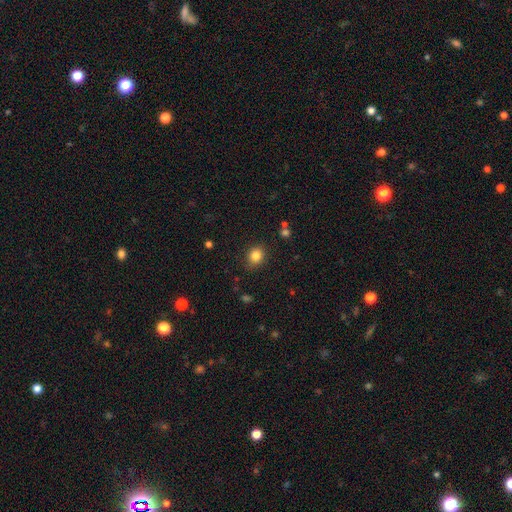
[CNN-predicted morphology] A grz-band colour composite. It shows a smooth galaxy with no disk features (84%) that is round (68%). Merging: none (86%).